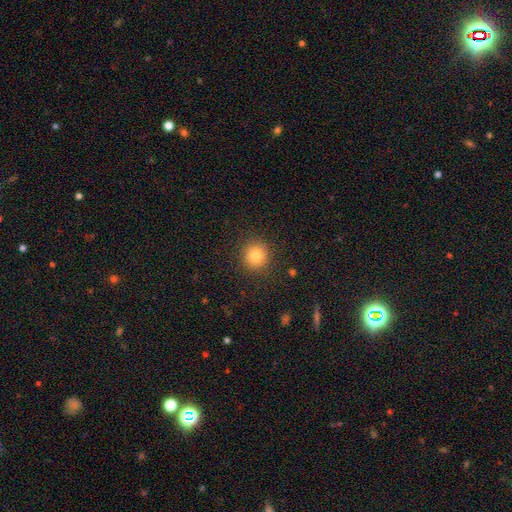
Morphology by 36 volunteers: Overall: smooth (89%). How rounded: round (94%). Merging: none (91%).